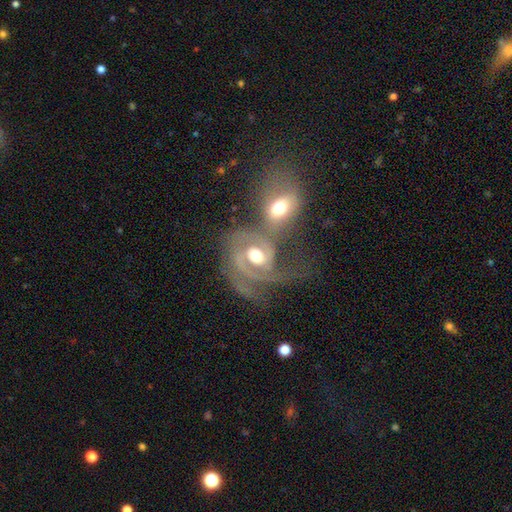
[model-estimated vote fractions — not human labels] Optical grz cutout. It shows a featured or disk galaxy (81%) with no bar (56%), 2 (60%) medium (42%) spiral arms (91%) and a moderate central bulge (66%). Merging: merger (64%).